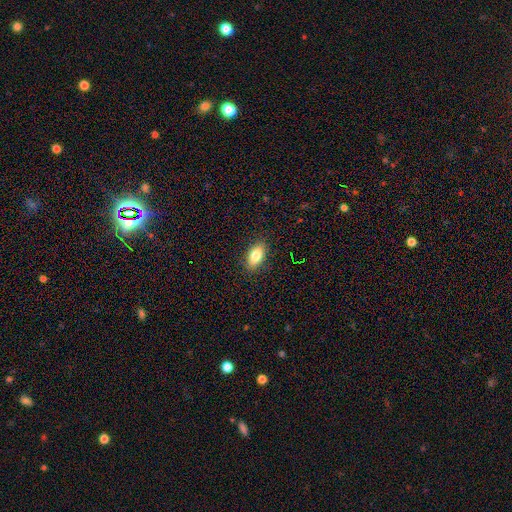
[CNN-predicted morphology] Smooth or featured: smooth — 83% (featured or disk — 9%)
How rounded: in between — 90% (round — 5%)
Merging: none — 87% (minor disturbance — 9%)